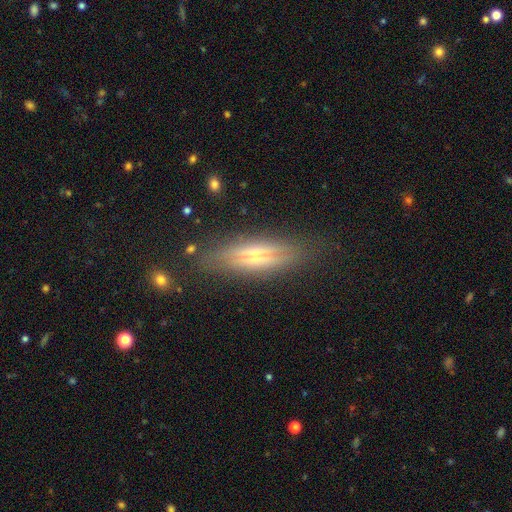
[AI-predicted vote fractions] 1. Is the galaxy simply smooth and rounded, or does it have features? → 68% featured or disk, 23% smooth, 9% star or artifact.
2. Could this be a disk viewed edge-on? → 91% yes, 9% no.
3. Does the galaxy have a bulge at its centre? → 76% rounded, 13% boxy, 11% none.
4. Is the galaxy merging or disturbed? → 81% none, 13% minor disturbance, 4% major disturbance, 2% merger.